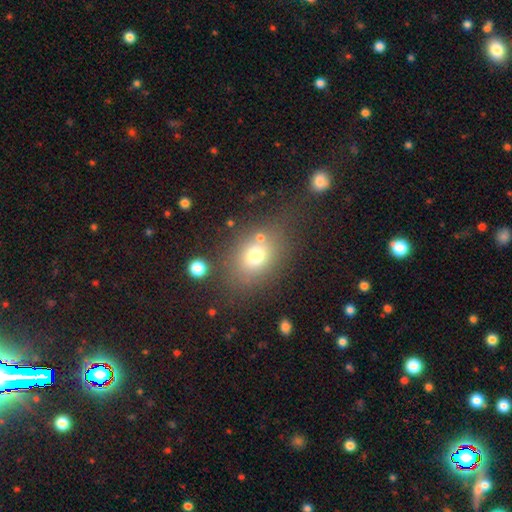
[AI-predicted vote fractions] This appears to be a smooth galaxy with no disk features (71%) that is in between round and cigar-shaped (60%). Merging: none (67%).